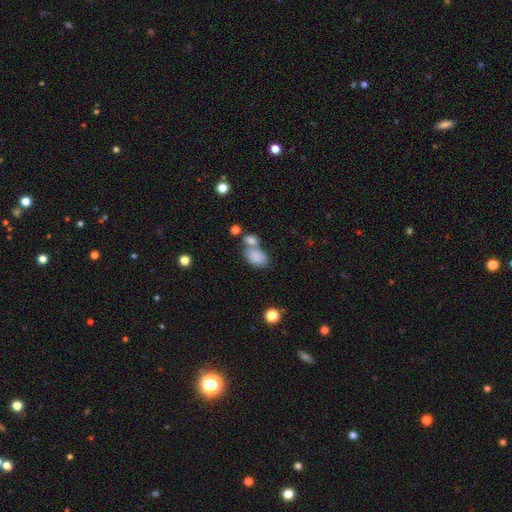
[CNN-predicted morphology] Smooth or featured? smooth (83%)
How rounded? in between (89%)
Merging? merger (46%)